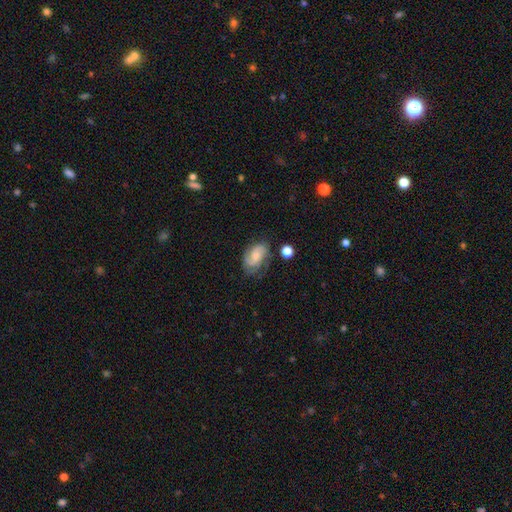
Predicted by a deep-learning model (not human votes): A featured or disk galaxy (57%) with no bar (65%), spiral arms (89%) and a small central bulge (45%).

Vote fractions:
- Smooth or featured? featured or disk: 57% / smooth: 34% / star or artifact: 9%
- Edge-on disk? no: 96% / yes: 4%
- Bar? no: 65% / weak: 30% / strong: 5%
- Spiral arms? yes: 89% / no: 11%
- Bulge size? small: 45% / moderate: 33% / none: 15% / large: 6% / dominant: 2%
- Merging? none: 59% / minor disturbance: 24% / major disturbance: 12% / merger: 5%